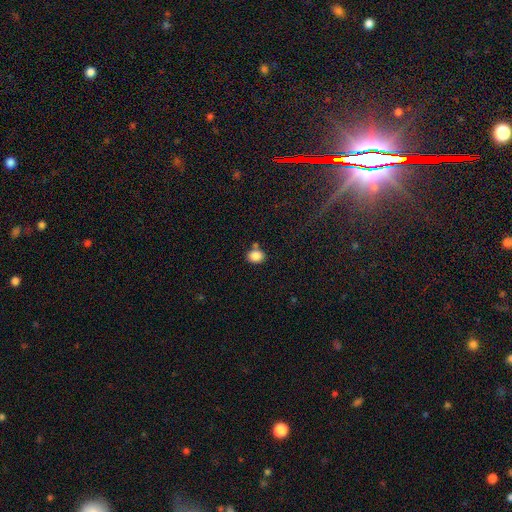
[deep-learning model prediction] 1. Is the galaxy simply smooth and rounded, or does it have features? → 86% smooth, 10% star or artifact, 4% featured or disk.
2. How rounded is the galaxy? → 53% round, 46% in between, 1% cigar-shaped.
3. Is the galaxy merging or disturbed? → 69% none, 15% merger, 13% minor disturbance, 4% major disturbance.